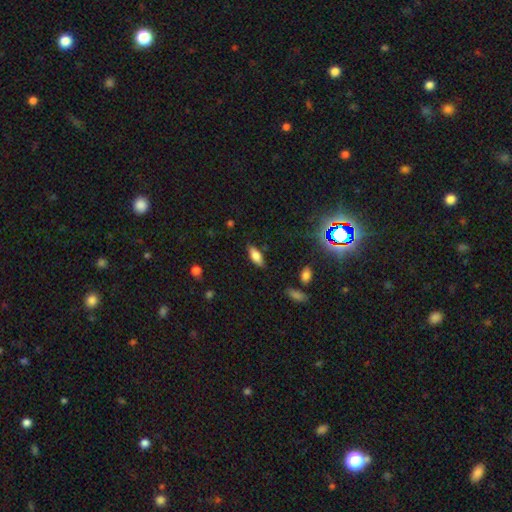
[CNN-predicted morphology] smooth-or-featured: smooth: 75% | featured or disk: 15% | star or artifact: 9%
  how-rounded: in between: 78% | cigar-shaped: 19% | round: 2%
  merging: none: 83% | minor disturbance: 13% | major disturbance: 3% | merger: 2%